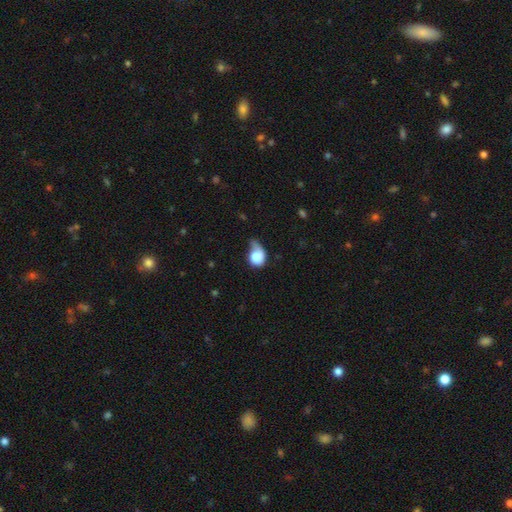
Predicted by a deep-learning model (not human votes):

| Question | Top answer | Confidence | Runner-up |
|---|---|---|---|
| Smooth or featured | smooth | 74% | featured or disk (19%) |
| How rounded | in between | 51% | round (48%) |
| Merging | minor disturbance | 37% | major disturbance (35%) |